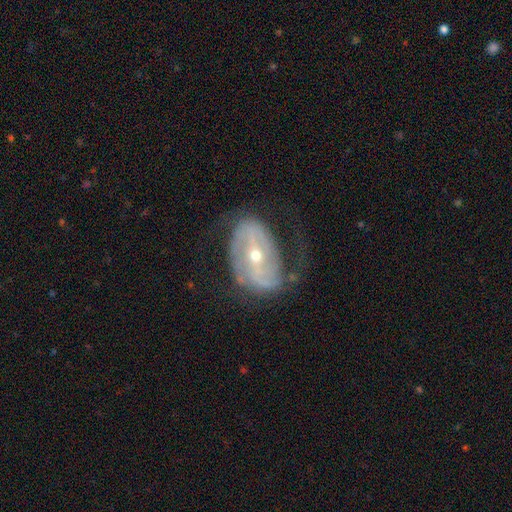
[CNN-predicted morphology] The model was most divided on "bar": strong: 38%, weak: 35%, no: 26%. Remaining: edge-on disk — no (95%); spiral arms — yes (82%); smooth or featured — featured or disk (82%); spiral arm count — 2 (65%); bulge size — small (56%); merging — none (49%); spiral winding — medium (39%).